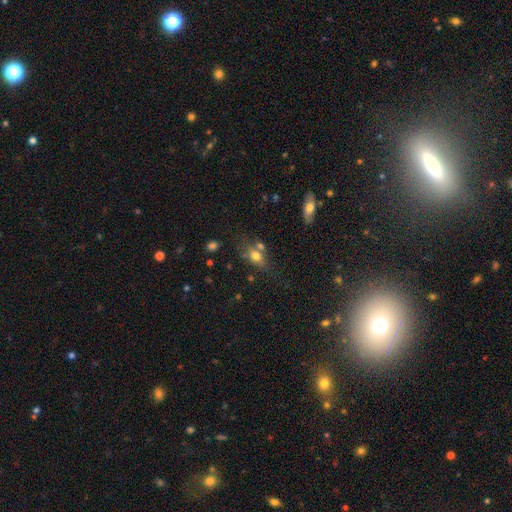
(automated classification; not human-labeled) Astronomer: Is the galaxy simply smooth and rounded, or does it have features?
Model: smooth — 72%.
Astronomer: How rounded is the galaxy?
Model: in between — 75%.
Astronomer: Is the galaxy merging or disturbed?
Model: none — 52%.